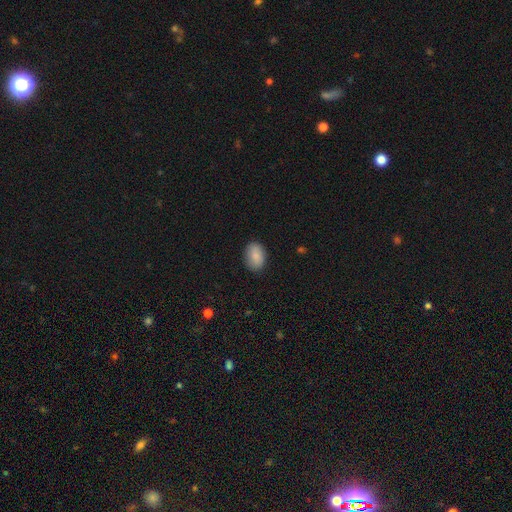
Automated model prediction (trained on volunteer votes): This appears to be a smooth galaxy with no disk features (85%) that is in between round and cigar-shaped (83%). Merging: none (86%).